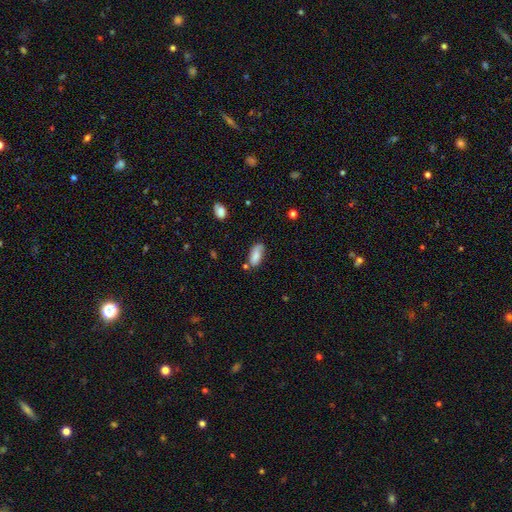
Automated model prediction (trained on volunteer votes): Q: Smooth or featured?
A: smooth (79%); runner-up: featured or disk (13%)
Q: How rounded?
A: in between (88%); runner-up: cigar-shaped (10%)
Q: Merging?
A: none (64%); runner-up: minor disturbance (25%)